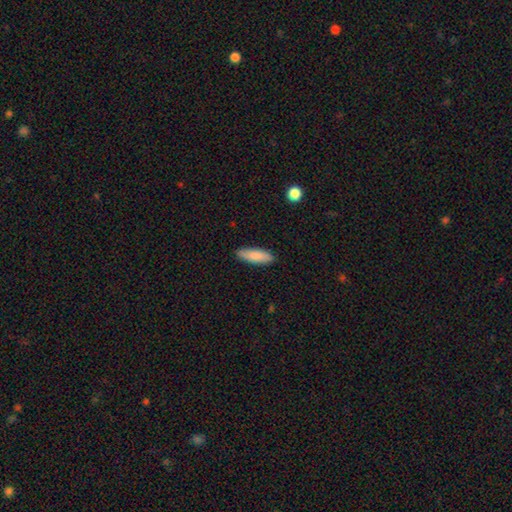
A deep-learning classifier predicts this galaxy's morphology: Smooth or featured: smooth — 86% (featured or disk — 9%)
How rounded: in between — 50% (cigar-shaped — 49%)
Merging: none — 87% (minor disturbance — 10%)